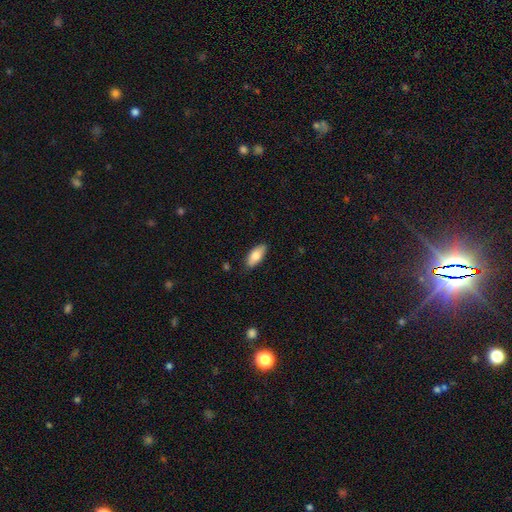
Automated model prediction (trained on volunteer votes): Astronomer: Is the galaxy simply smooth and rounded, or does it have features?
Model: smooth — 78%.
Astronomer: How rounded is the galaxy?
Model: in between — 85%.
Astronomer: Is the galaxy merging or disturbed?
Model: none — 85%.